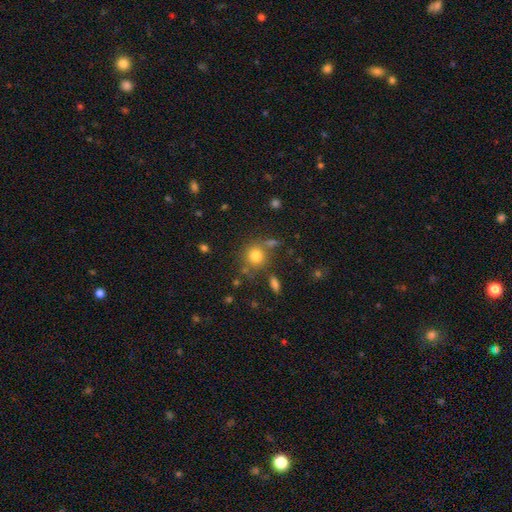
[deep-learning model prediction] The model was most divided on "merging": none: 71%, merger: 12%, minor disturbance: 12%, major disturbance: 5%. More confident: how rounded — round (87%); smooth or featured — smooth (79%).